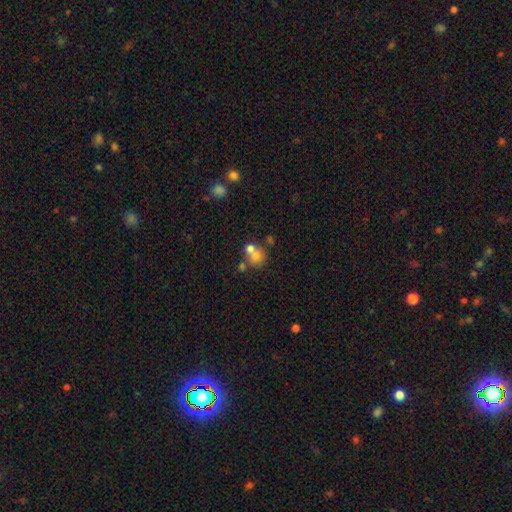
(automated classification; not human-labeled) Smooth or featured? Predicted: smooth (p=0.68). How rounded? Predicted: round (p=0.81). Merging? Predicted: merger (p=0.50).